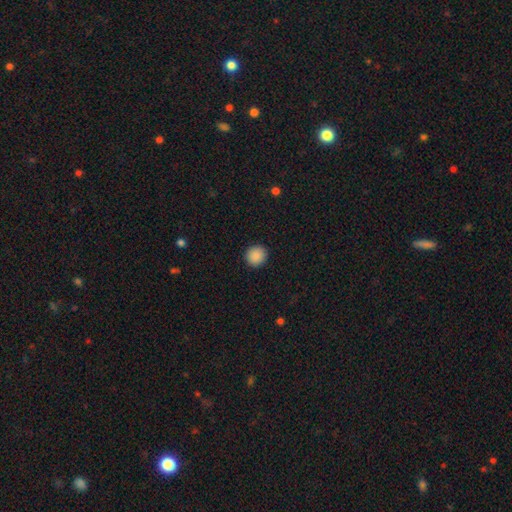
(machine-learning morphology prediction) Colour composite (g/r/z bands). It shows a smooth galaxy with no disk features (89%) that is round (93%). Merging: none (93%).